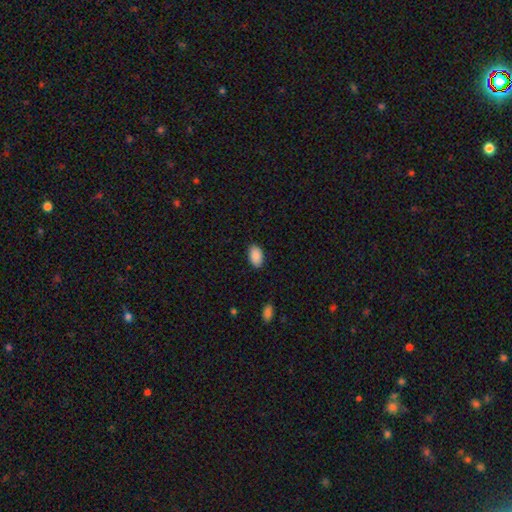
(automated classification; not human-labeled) A smooth galaxy with no disk features (90%) that is in between round and cigar-shaped (93%).

Vote fractions:
- Smooth or featured? smooth: 90% / star or artifact: 7% / featured or disk: 3%
- How rounded? in between: 93% / round: 5% / cigar-shaped: 1%
- Merging? none: 87% / minor disturbance: 10% / major disturbance: 2% / merger: 1%